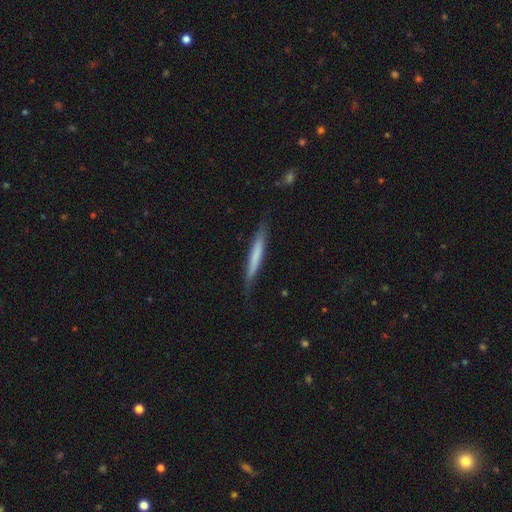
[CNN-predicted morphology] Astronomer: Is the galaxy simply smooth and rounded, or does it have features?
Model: smooth — 61%.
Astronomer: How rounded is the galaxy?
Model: cigar-shaped — 95%.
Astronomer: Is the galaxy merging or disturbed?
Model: none — 81%.